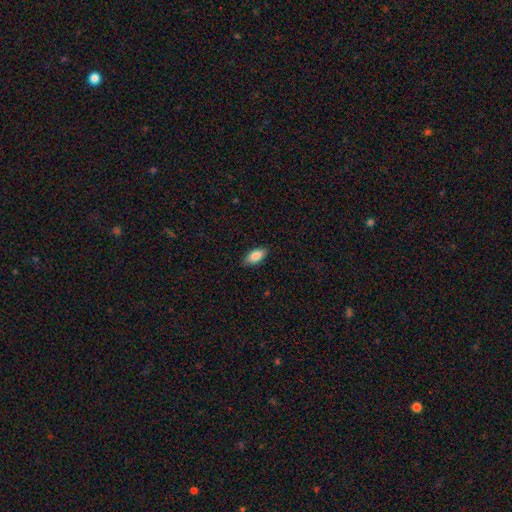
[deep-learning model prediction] smooth 86%, featured or disk 8%, star or artifact 6%. Down the decision tree: how rounded — in between (90%); merging — none (86%).